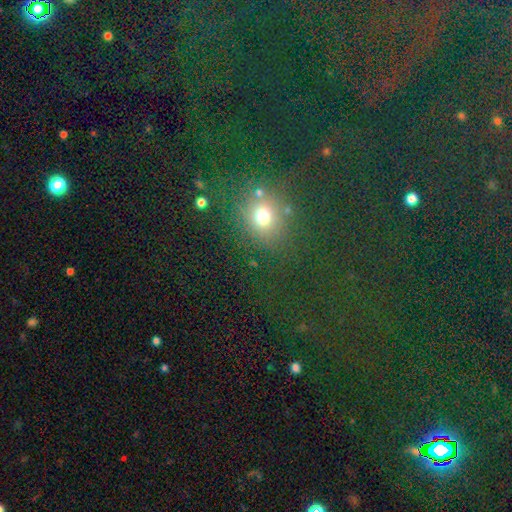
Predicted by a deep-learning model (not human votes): Q: Smooth or featured?
A: smooth (50%); runner-up: star or artifact (41%)
Q: How rounded?
A: round (78%); runner-up: in between (20%)
Q: Merging?
A: none (79%); runner-up: minor disturbance (10%)